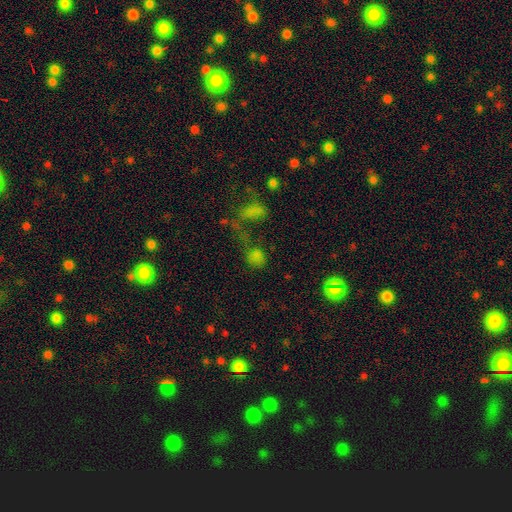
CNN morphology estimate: type=smooth (60%); roundness=round (64%); merging=none (40%).